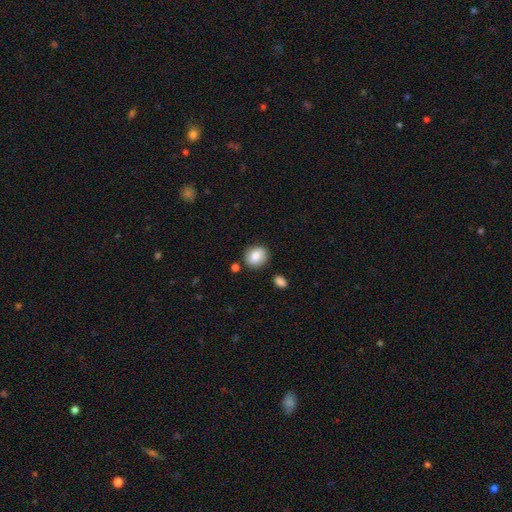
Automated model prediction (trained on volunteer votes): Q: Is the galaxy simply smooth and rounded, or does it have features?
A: smooth — 81%.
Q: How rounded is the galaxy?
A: round — 60%.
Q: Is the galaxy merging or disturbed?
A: none — 79%.